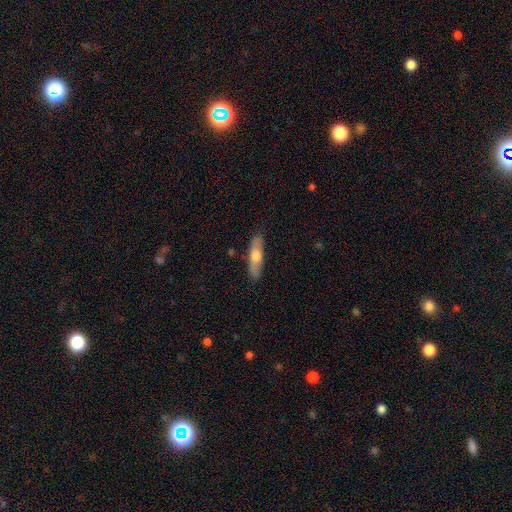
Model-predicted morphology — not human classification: The model was most divided on "how rounded": cigar-shaped: 60%, in between: 38%, round: 2%. More confident: merging — none (85%); smooth or featured — smooth (59%).